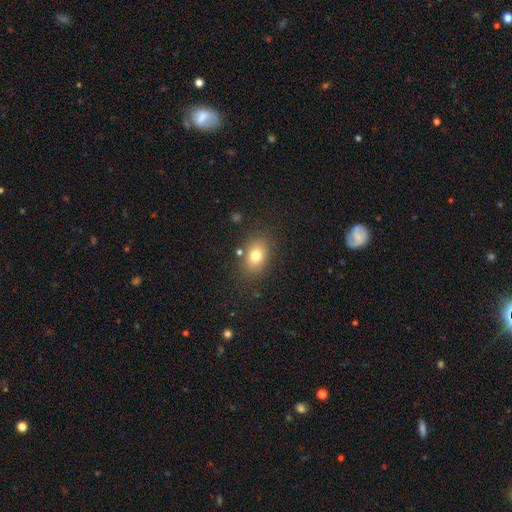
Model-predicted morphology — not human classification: smooth_or_featured: smooth (p=0.77) [alt: star or artifact p=0.12]
how_rounded: in between (p=0.69) [alt: round p=0.29]
merging: none (p=0.81) [alt: minor disturbance p=0.11]